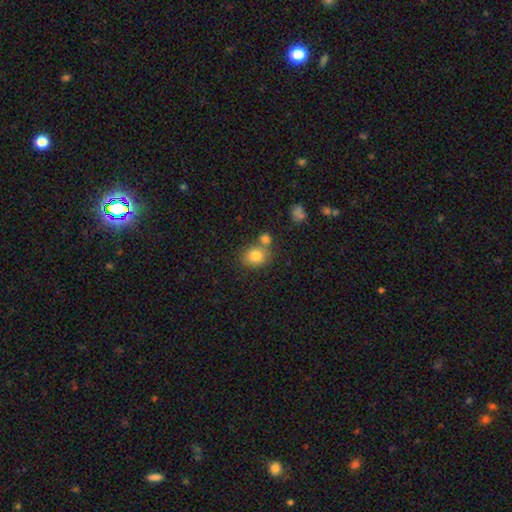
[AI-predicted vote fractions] smooth 81%, star or artifact 10%, featured or disk 9%. Down the decision tree: how rounded — round (67%); merging — none (59%).